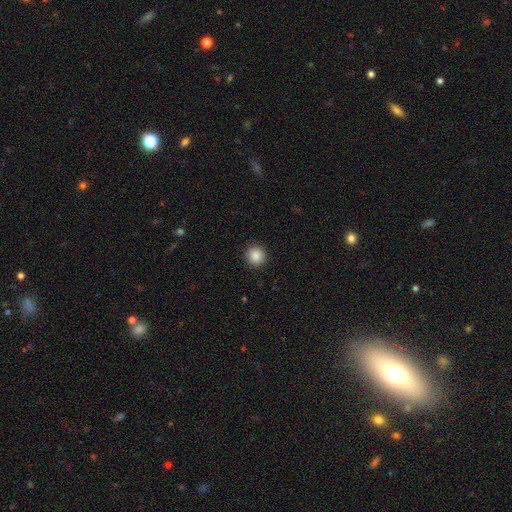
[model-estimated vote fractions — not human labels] Morphology: type=smooth (87%); roundness=round (93%); merging=none (92%).